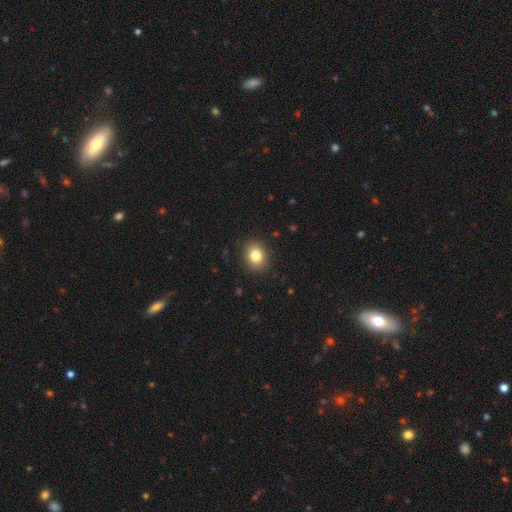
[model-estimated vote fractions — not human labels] Smooth or featured?
  - smooth: 82% *
  - star or artifact: 10%
  - featured or disk: 8%
How rounded?
  - round: 59% *
  - in between: 40%
  - cigar-shaped: 1%
Merging?
  - none: 89% *
  - minor disturbance: 8%
  - major disturbance: 2%
  - merger: 1%